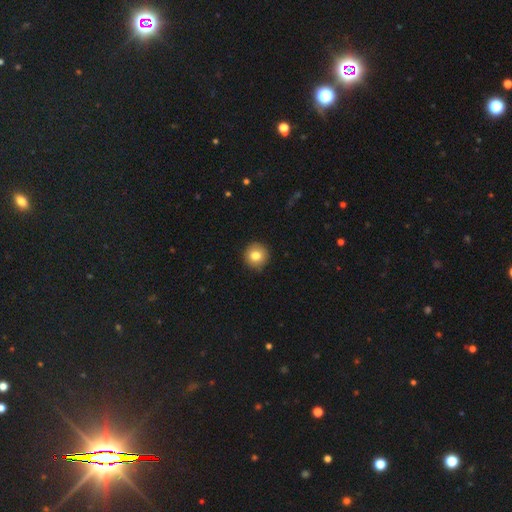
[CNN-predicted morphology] Smooth or featured? smooth (80%)
How rounded? round (94%)
Merging? none (91%)